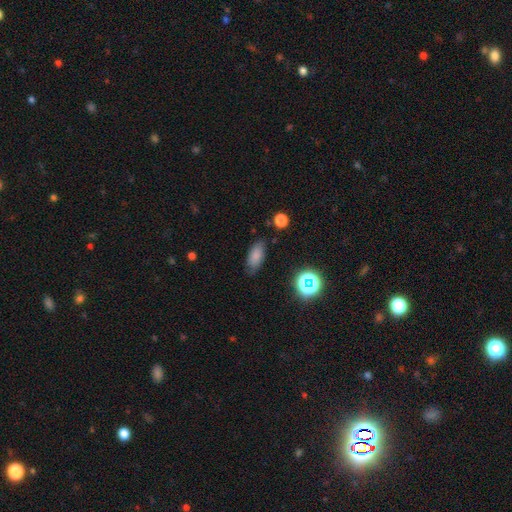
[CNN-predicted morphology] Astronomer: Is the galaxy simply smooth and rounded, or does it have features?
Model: smooth — 78%.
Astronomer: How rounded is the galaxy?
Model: in between — 85%.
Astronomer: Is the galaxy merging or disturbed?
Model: none — 78%.